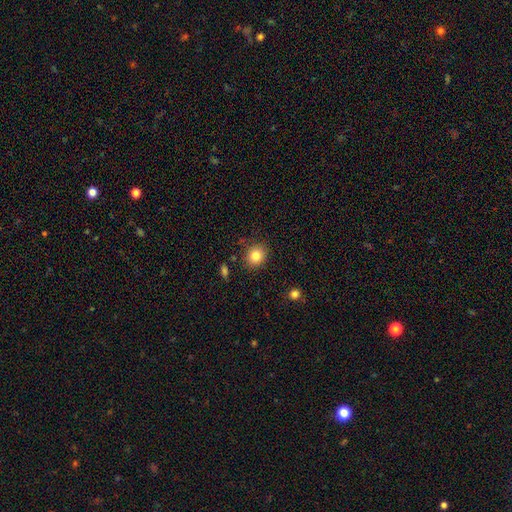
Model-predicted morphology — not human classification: smooth 83%, star or artifact 10%, featured or disk 7%. Down the decision tree: how rounded — round (75%); merging — none (86%).